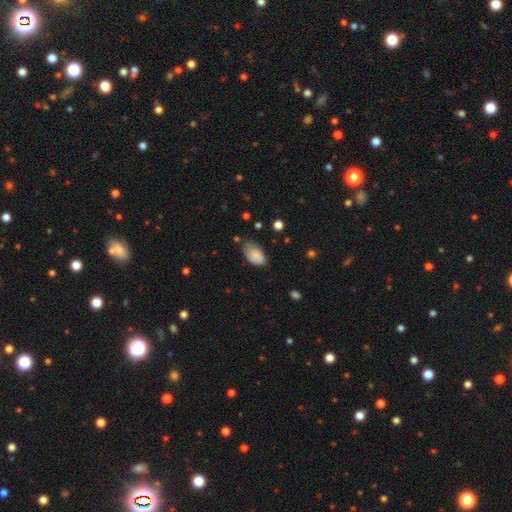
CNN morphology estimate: Overall: smooth (86%). How rounded: in between (93%). Merging: none (55%; minor disturbance 34%).